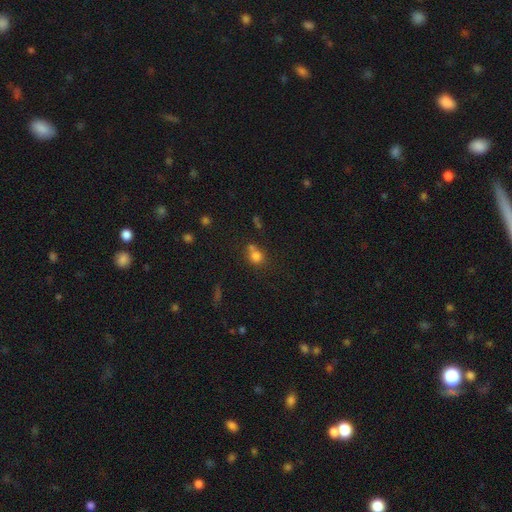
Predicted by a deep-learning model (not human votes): smooth-or-featured: smooth: 77% | star or artifact: 14% | featured or disk: 9%
  how-rounded: round: 75% | in between: 24% | cigar-shaped: 1%
  merging: none: 49% | merger: 30% | minor disturbance: 15% | major disturbance: 6%